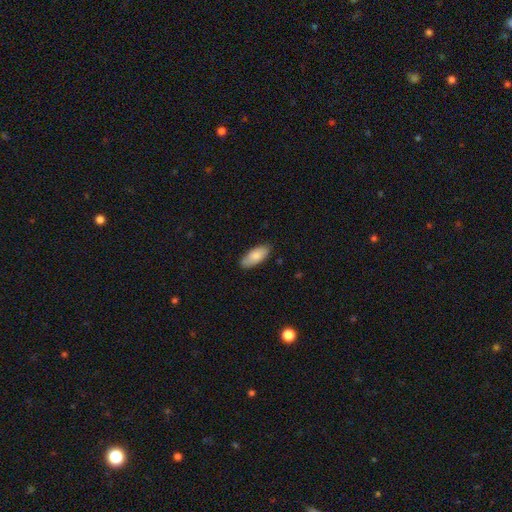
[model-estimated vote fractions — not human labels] A smooth galaxy with no disk features (82%) that is in between round and cigar-shaped (85%). Merging: none (82%).